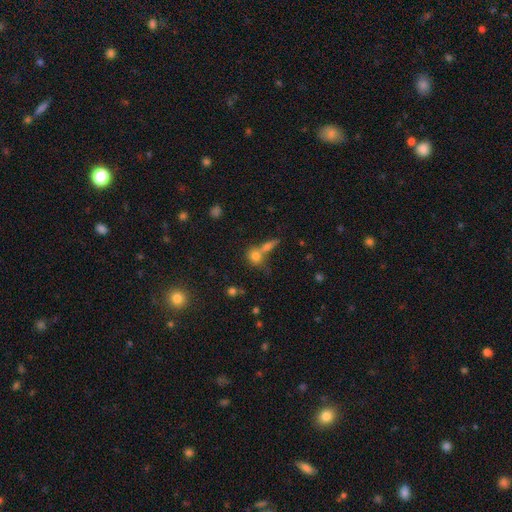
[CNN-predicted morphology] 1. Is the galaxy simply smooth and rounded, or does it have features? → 74% smooth, 13% star or artifact, 13% featured or disk.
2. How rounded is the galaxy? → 68% round, 27% in between, 5% cigar-shaped.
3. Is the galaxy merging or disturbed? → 45% none, 41% merger, 9% minor disturbance, 5% major disturbance.